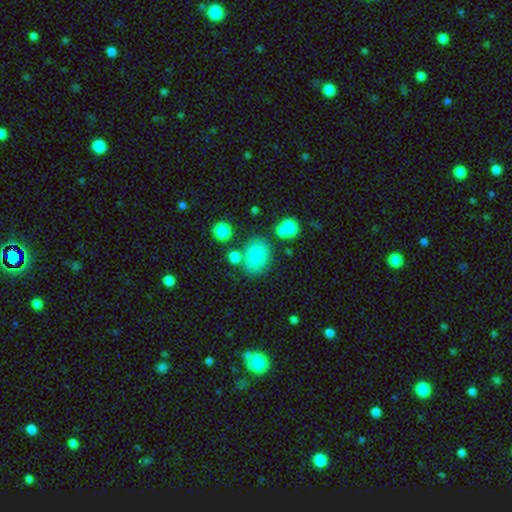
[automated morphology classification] A smooth galaxy with no disk features (77%) that is in between round and cigar-shaped (64%). Merging: none (73%).